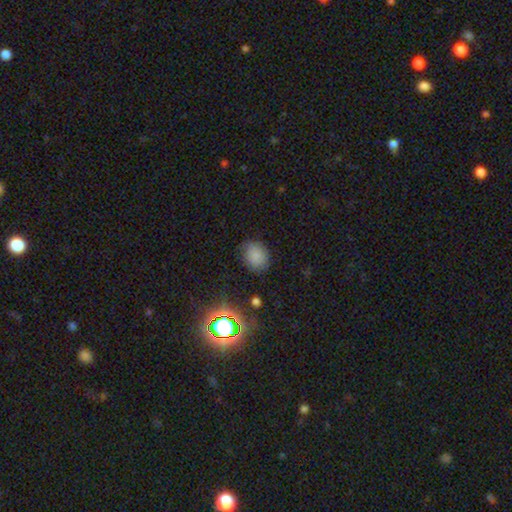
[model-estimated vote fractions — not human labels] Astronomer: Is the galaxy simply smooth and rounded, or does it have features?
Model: smooth — 79%.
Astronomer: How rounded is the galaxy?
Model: round — 53% (runner-up: in between, 46%).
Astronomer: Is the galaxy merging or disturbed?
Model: none — 79%.